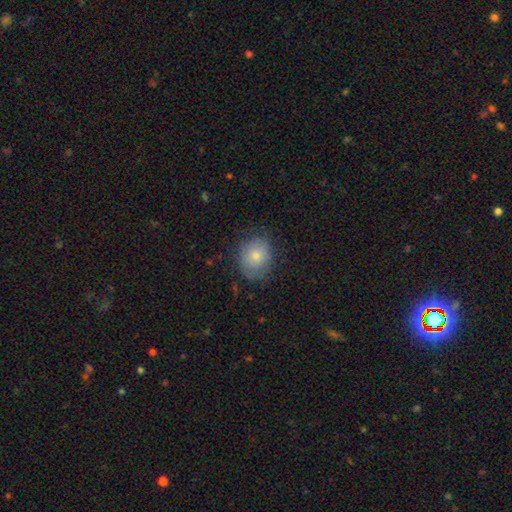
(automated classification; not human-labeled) Smooth or featured: smooth — 78% (featured or disk — 14%)
How rounded: round — 63% (in between — 36%)
Merging: none — 72% (minor disturbance — 21%)